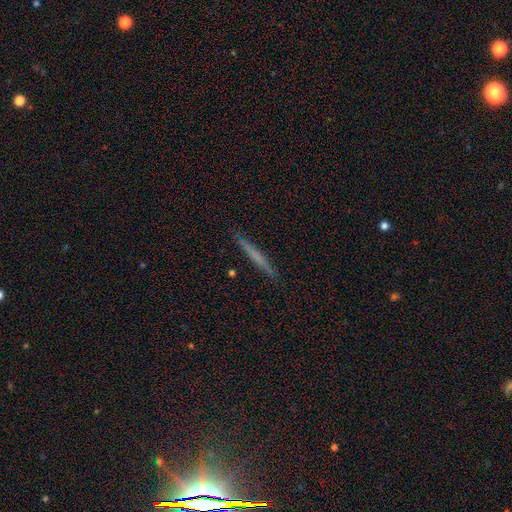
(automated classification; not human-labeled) Smooth or featured? Predicted: smooth (p=0.49). Merging? Predicted: none (p=0.91).